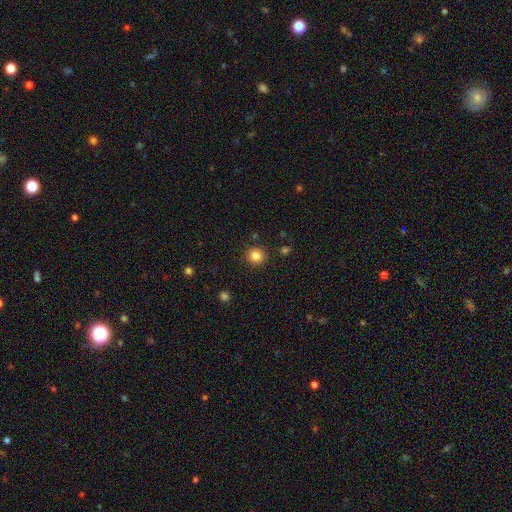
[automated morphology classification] Smooth or featured: smooth — 84% (star or artifact — 11%)
How rounded: round — 93% (in between — 6%)
Merging: none — 90% (minor disturbance — 6%)